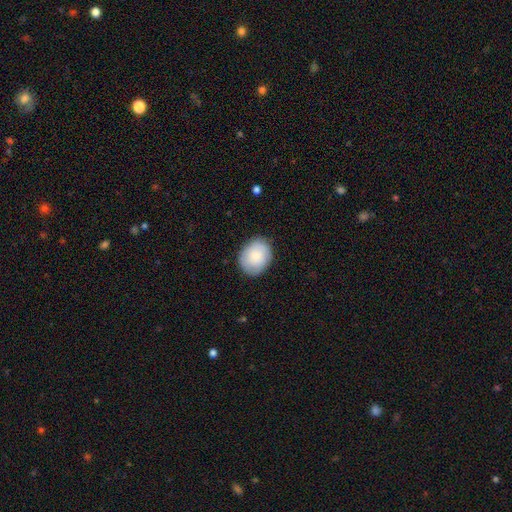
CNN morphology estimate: smooth_or_featured: smooth (p=0.80) [alt: featured or disk p=0.14]
how_rounded: in between (p=0.51) [alt: round p=0.48]
merging: none (p=0.83) [alt: minor disturbance p=0.13]